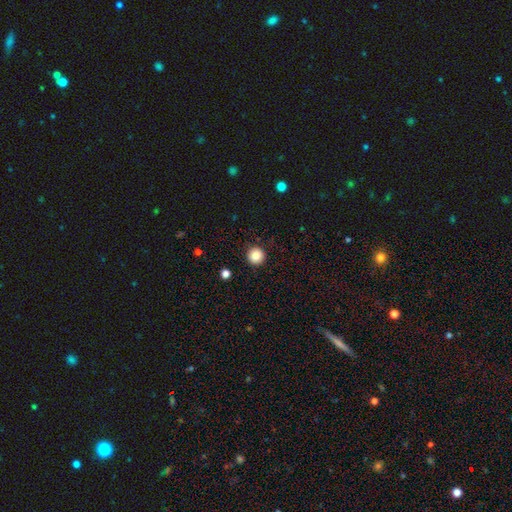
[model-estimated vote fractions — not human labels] Smooth or featured? Predicted: smooth (p=0.85). How rounded? Predicted: round (p=0.96). Merging? Predicted: none (p=0.92).